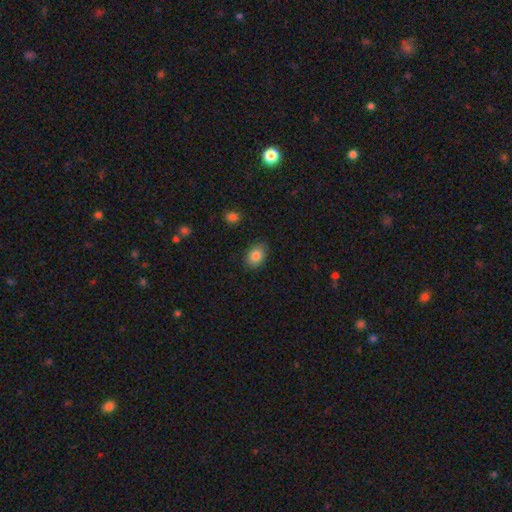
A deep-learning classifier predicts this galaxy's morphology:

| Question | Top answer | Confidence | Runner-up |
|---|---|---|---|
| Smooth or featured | smooth | 84% | star or artifact (8%) |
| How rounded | in between | 76% | round (22%) |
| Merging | none | 84% | minor disturbance (12%) |